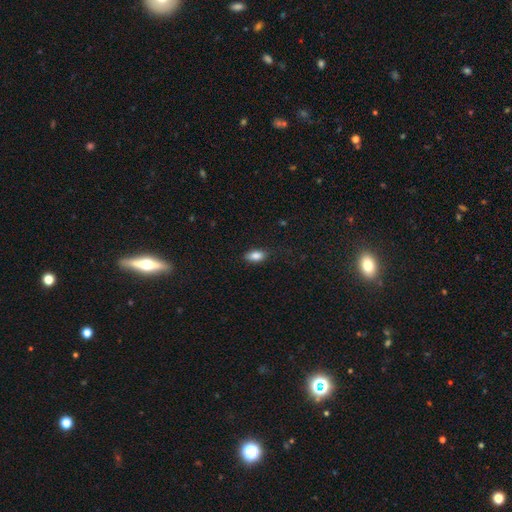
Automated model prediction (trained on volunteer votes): smooth-or-featured: smooth: 85% | star or artifact: 8% | featured or disk: 6%
  how-rounded: in between: 88% | cigar-shaped: 6% | round: 6%
  merging: none: 82% | minor disturbance: 14% | major disturbance: 3% | merger: 1%